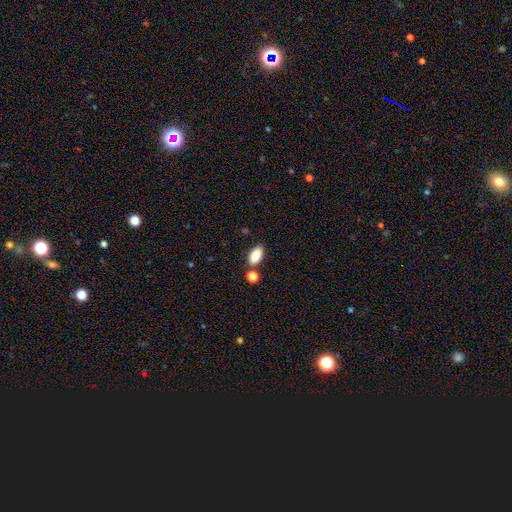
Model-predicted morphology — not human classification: smooth_or_featured: smooth (p=0.87) [alt: star or artifact p=0.08]
how_rounded: in between (p=0.92) [alt: round p=0.05]
merging: none (p=0.74) [alt: minor disturbance p=0.11]